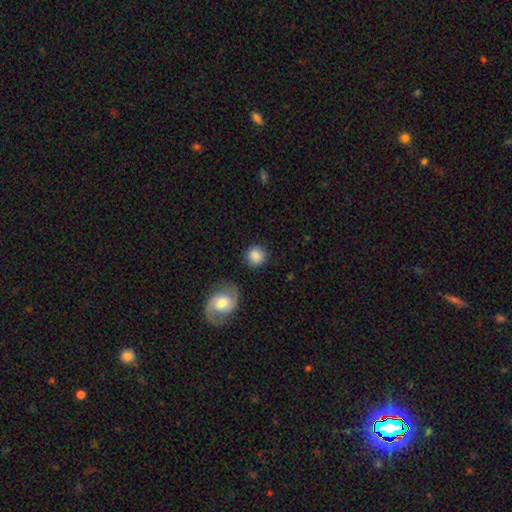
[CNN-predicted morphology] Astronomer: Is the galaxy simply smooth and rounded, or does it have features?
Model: smooth — 87%.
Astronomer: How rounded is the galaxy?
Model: round — 88%.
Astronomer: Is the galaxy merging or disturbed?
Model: none — 81%.